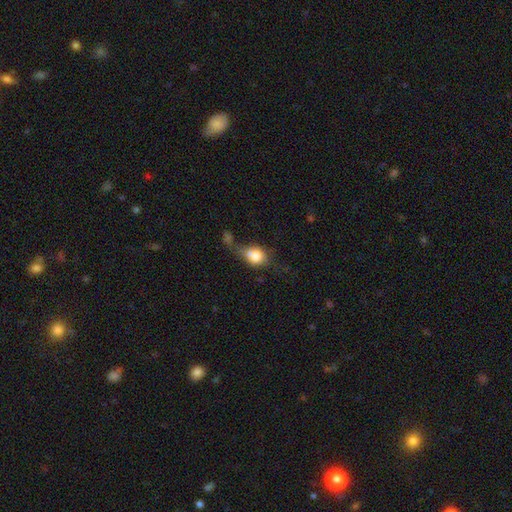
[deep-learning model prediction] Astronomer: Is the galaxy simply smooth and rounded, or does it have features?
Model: smooth — 73%.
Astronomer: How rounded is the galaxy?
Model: in between — 51% (runner-up: round, 46%).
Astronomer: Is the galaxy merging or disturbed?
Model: merger — 29% (runner-up: none, 27%).